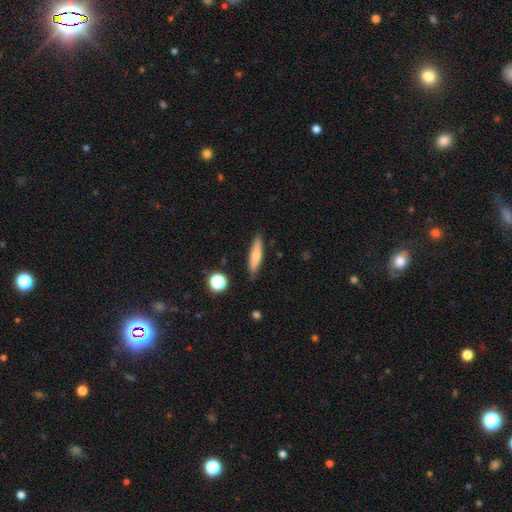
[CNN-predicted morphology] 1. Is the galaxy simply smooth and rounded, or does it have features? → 67% smooth, 25% featured or disk, 7% star or artifact.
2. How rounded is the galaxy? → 79% cigar-shaped, 18% in between, 2% round.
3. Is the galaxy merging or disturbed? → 84% none, 11% minor disturbance, 2% major disturbance, 2% merger.